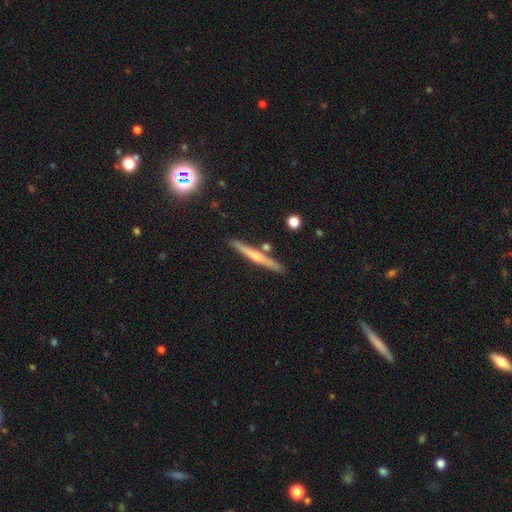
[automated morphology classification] type=featured or disk (58%); edge-on=yes (97%); edge-on bulge=rounded (63%); merging=none (85%).